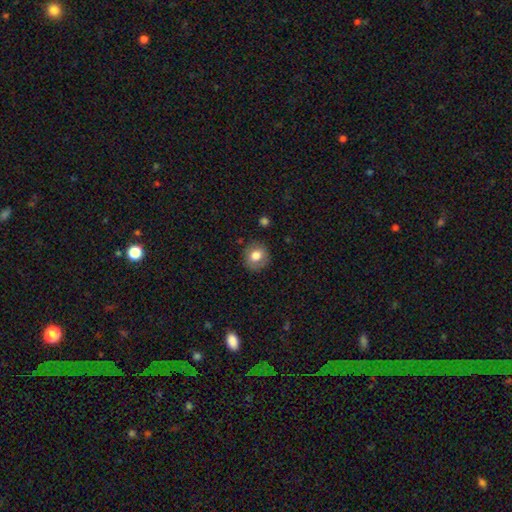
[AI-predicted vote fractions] Overall: smooth (77%). How rounded: round (80%). Merging: none (84%).